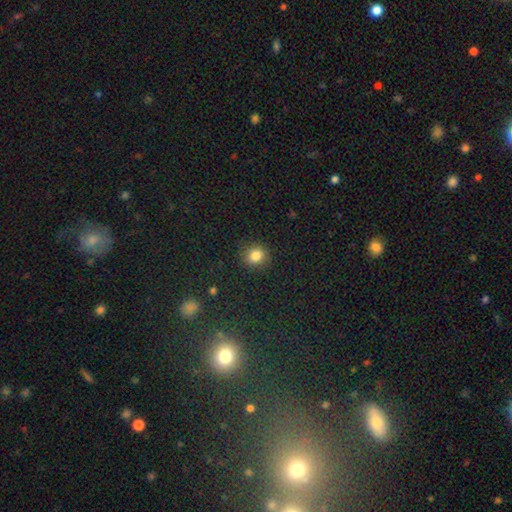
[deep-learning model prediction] Smooth or featured? Predicted: smooth (p=0.83). How rounded? Predicted: round (p=0.76). Merging? Predicted: none (p=0.88).